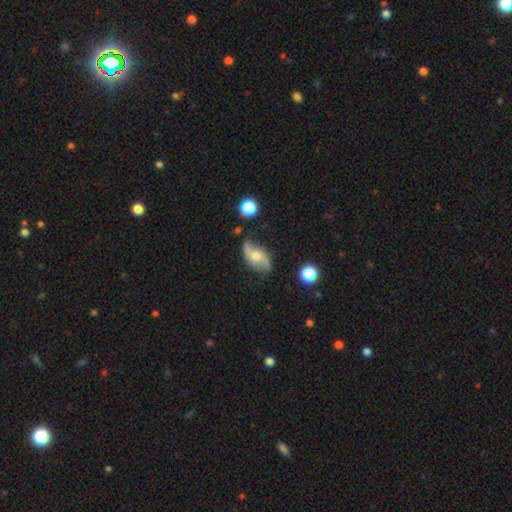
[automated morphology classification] Smooth or featured: featured or disk — 75% (smooth — 18%)
Edge-on disk: no — 94% (yes — 6%)
Bar: no — 61% (weak — 30%)
Spiral arms: yes — 91% (no — 9%)
Spiral winding: loose — 82% (medium — 14%)
Spiral arm count: 2 — 91% (can't tell — 3%)
Bulge size: moderate — 61% (small — 31%)
Merging: none — 68% (minor disturbance — 21%)